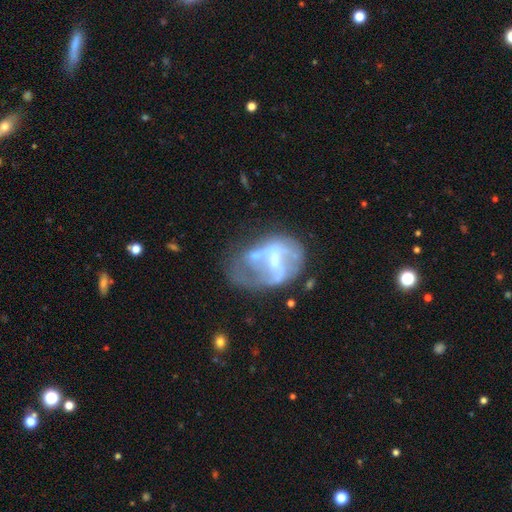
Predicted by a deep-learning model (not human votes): Smooth or featured? featured or disk (73%)
Edge-on disk? no (97%)
Bar? weak (42%)
Spiral arms? yes (58%)
Bulge size? small (41%)
Merging? major disturbance (34%)